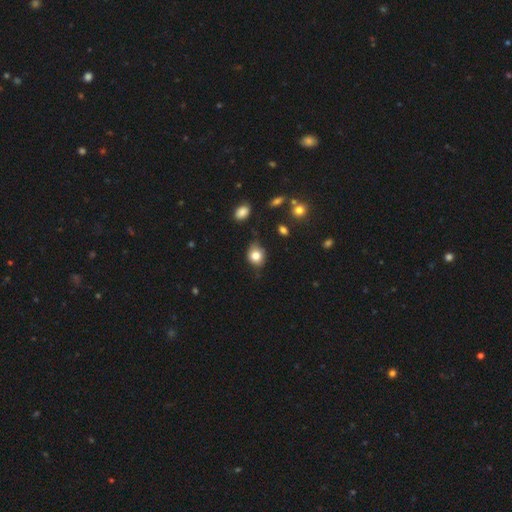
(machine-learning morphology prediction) smooth 81%, star or artifact 10%, featured or disk 9%. Down the decision tree: how rounded — round (54%); merging — none (64%).